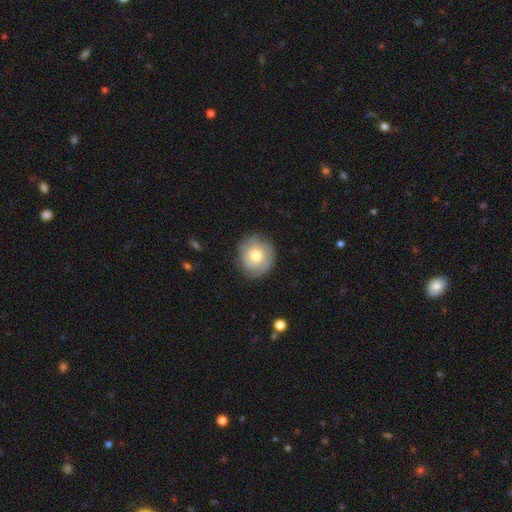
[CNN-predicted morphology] Smooth or featured? smooth (54%)
How rounded? round (87%)
Merging? none (79%)